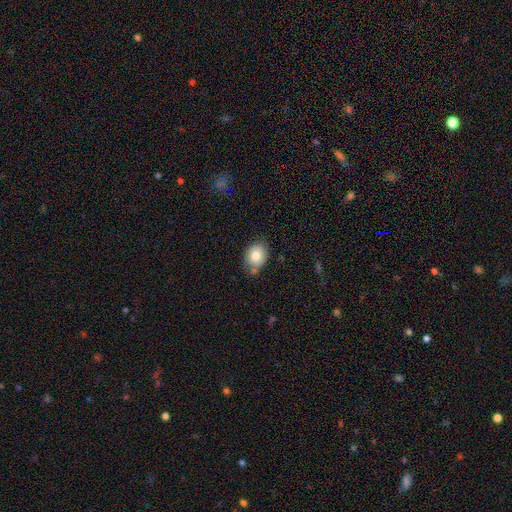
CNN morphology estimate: Smooth or featured? smooth (77%)
How rounded? in between (56%)
Merging? none (67%)